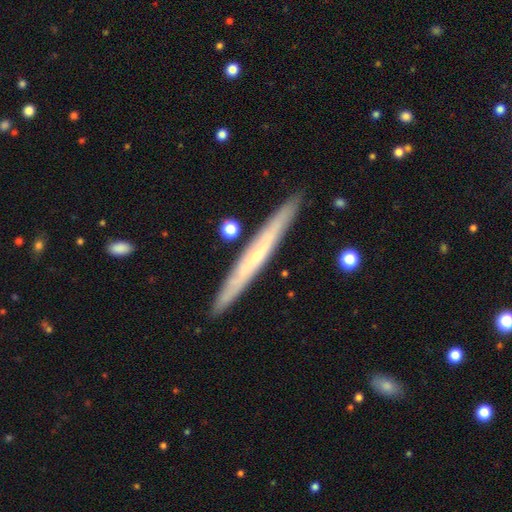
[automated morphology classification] Smooth or featured? featured or disk (59%)
Edge-on disk? yes (93%)
Edge-on bulge? none (67%)
Merging? none (89%)